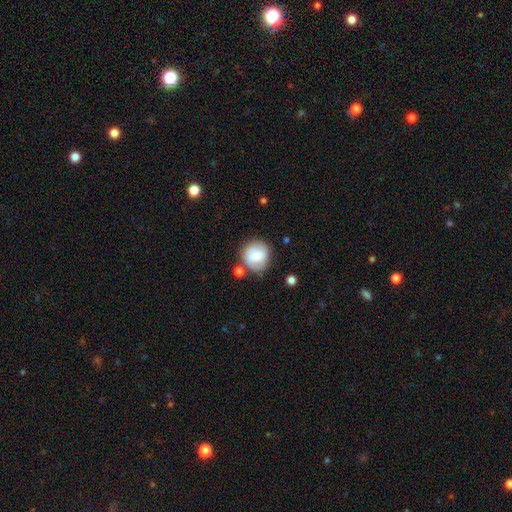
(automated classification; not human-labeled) A smooth galaxy with no disk features (72%) that is round (88%). Merging: none (69%).